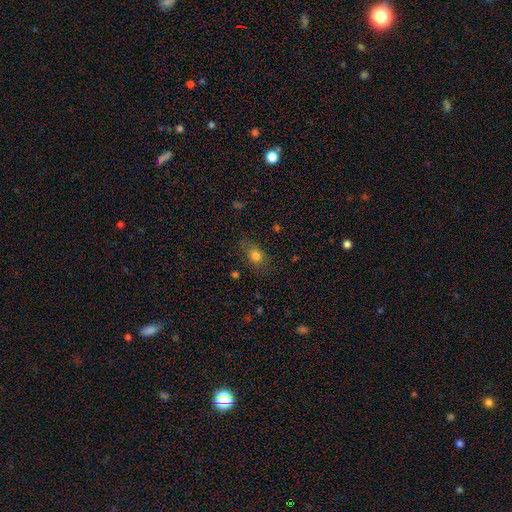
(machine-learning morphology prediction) smooth_or_featured: smooth (p=0.76) [alt: star or artifact p=0.12]
how_rounded: in between (p=0.66) [alt: round p=0.30]
merging: none (p=0.73) [alt: minor disturbance p=0.19]